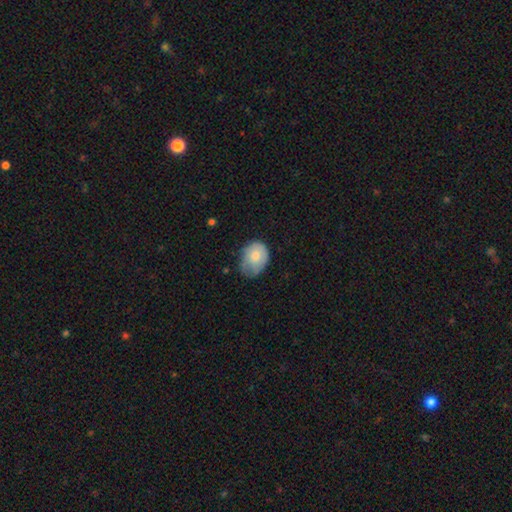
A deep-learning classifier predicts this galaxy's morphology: Smooth or featured? Predicted: smooth (p=0.72). How rounded? Predicted: in between (p=0.57). Merging? Predicted: none (p=0.47).